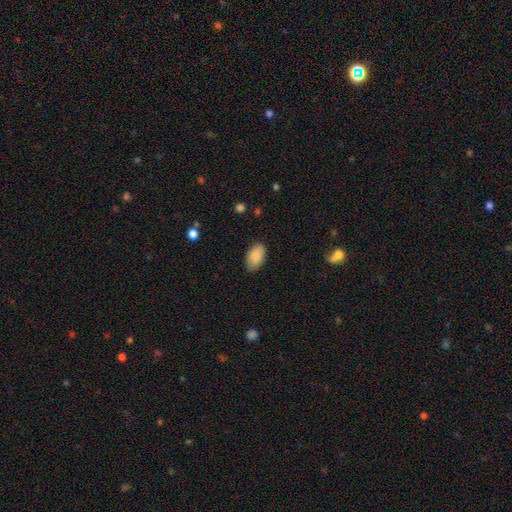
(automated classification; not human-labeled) smooth-or-featured: smooth: 87% | star or artifact: 6% | featured or disk: 6%
  how-rounded: in between: 93% | round: 6% | cigar-shaped: 1%
  merging: none: 82% | minor disturbance: 14% | major disturbance: 3% | merger: 1%